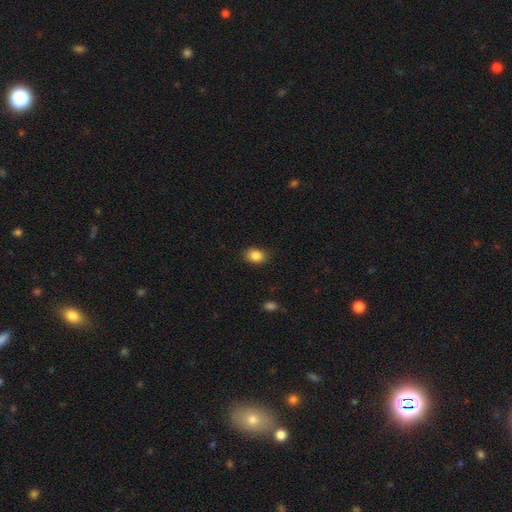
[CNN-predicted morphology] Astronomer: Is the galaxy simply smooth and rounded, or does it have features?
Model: smooth — 86%.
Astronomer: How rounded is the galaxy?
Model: in between — 71%.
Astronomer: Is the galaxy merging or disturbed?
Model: none — 84%.